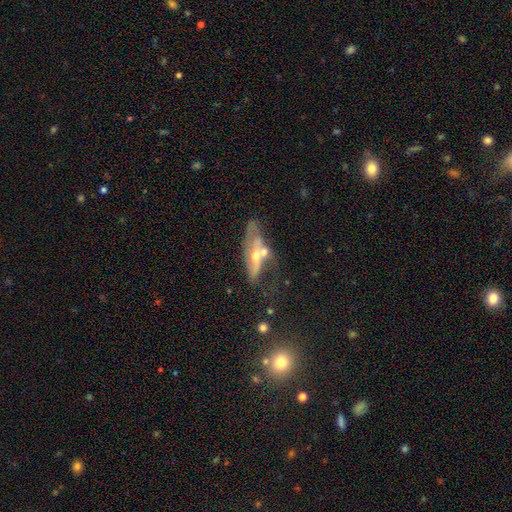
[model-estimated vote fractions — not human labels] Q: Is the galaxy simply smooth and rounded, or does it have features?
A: featured or disk — 61%.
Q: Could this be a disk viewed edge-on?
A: no — 71%.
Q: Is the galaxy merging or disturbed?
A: merger — 39%.